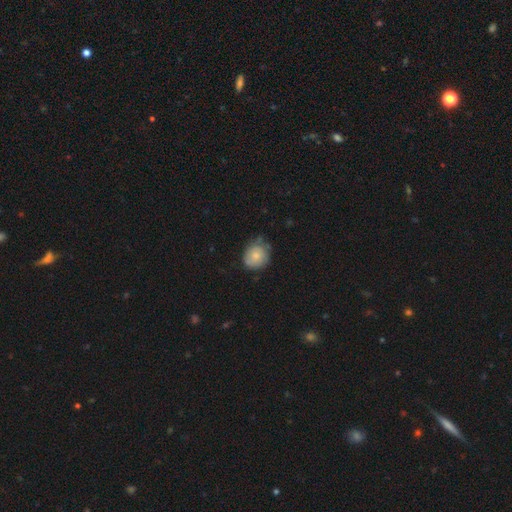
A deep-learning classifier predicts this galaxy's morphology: Q: Smooth or featured?
A: smooth (76%); runner-up: featured or disk (17%)
Q: How rounded?
A: round (73%); runner-up: in between (26%)
Q: Merging?
A: none (61%); runner-up: minor disturbance (30%)